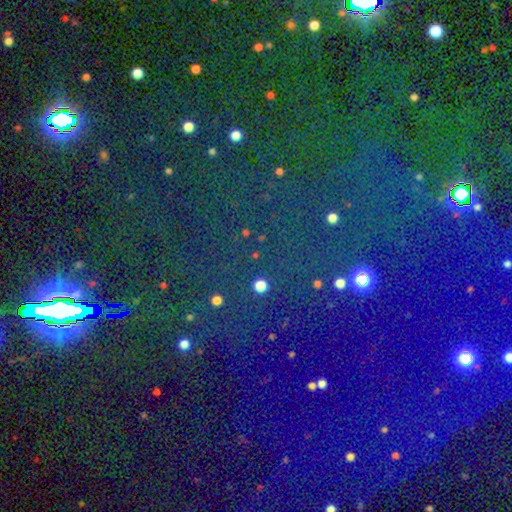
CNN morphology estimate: A star or artifact, not a galaxy (65%).

Vote fractions:
- Smooth or featured? star or artifact: 65% / smooth: 27% / featured or disk: 8%